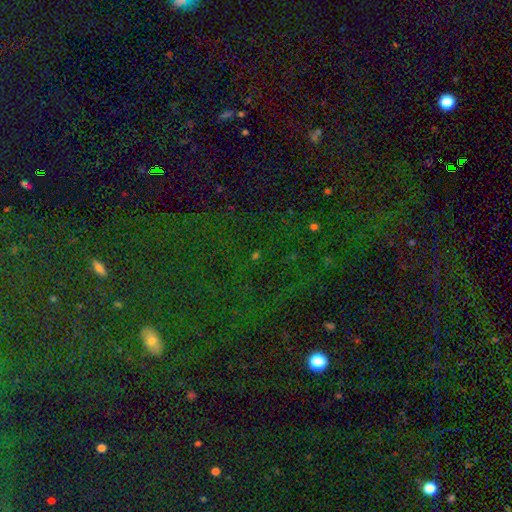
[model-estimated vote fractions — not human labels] A star or artifact, not a galaxy (71%).

Vote fractions:
- Smooth or featured? star or artifact: 71% / smooth: 21% / featured or disk: 9%